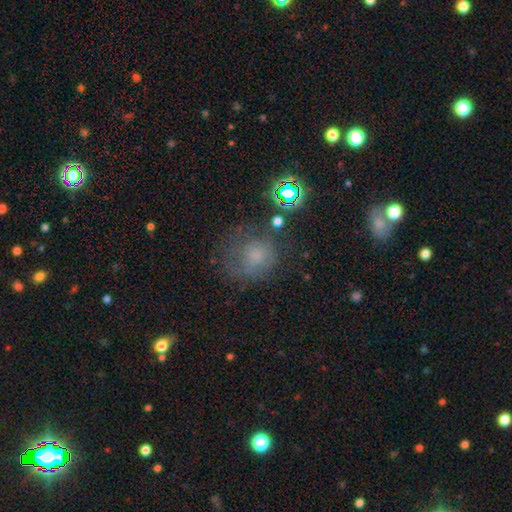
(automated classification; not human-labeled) smooth-or-featured: smooth: 59% | star or artifact: 23% | featured or disk: 18%
  how-rounded: round: 80% | in between: 19% | cigar-shaped: 1%
  merging: none: 55% | minor disturbance: 22% | major disturbance: 18% | merger: 5%